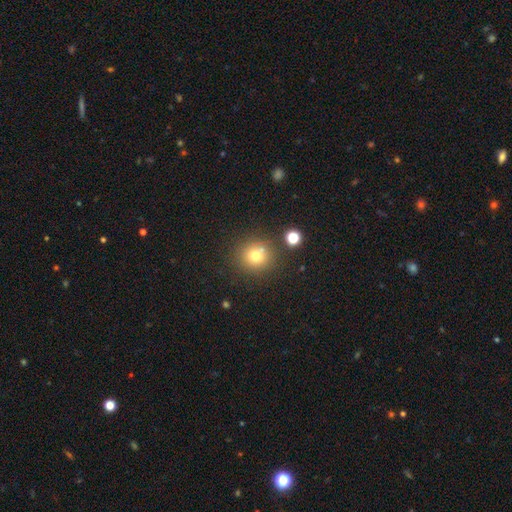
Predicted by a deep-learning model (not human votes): This appears to be a smooth galaxy with no disk features (73%) that is round (92%). Merging: none (75%).